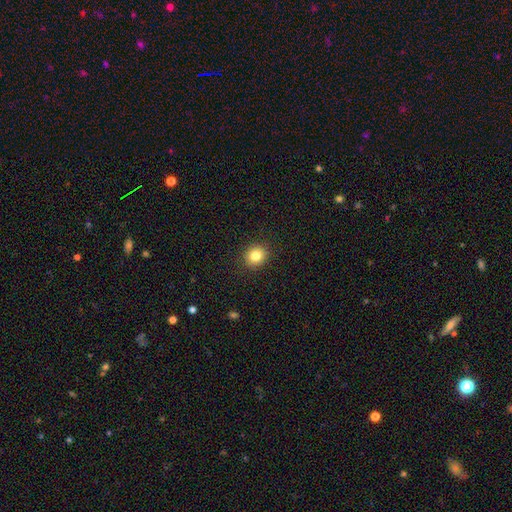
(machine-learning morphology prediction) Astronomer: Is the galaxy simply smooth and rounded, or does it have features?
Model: smooth — 83%.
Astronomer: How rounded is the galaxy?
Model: round — 81%.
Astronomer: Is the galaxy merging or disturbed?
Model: none — 91%.